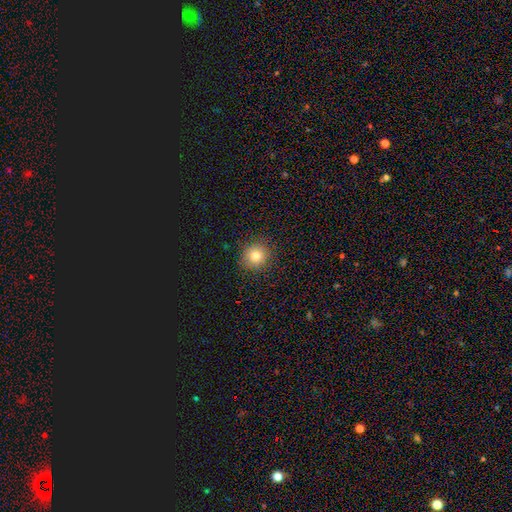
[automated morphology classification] This is likely a smooth galaxy (79%). How rounded: clearly round (92%). Merging: clearly none (89%).